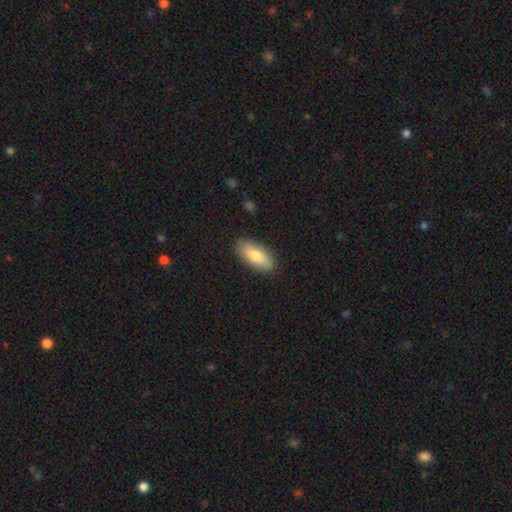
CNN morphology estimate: Smooth or featured? Predicted: smooth (p=0.81). How rounded? Predicted: in between (p=0.85). Merging? Predicted: none (p=0.88).